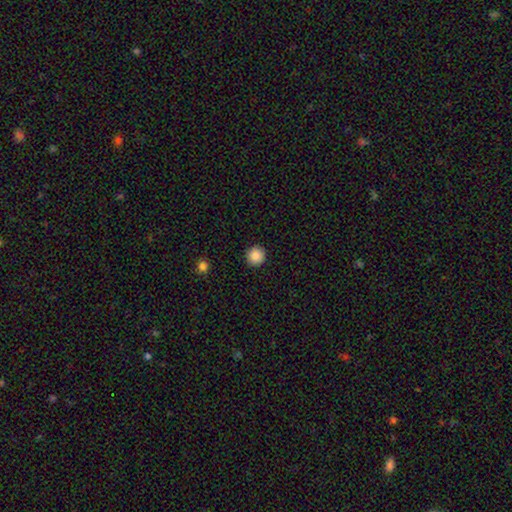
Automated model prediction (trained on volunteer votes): Overall: smooth (87%). How rounded: round (94%). Merging: none (93%).